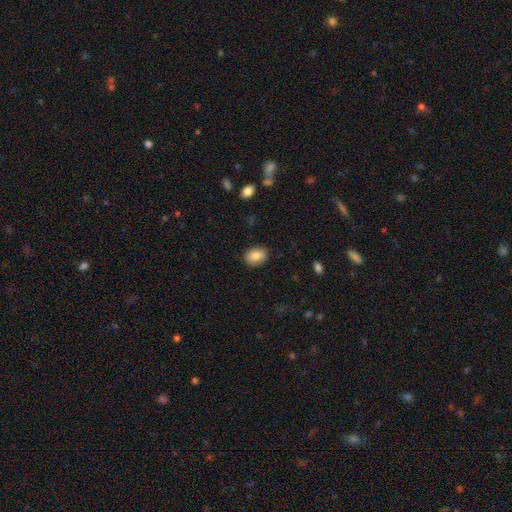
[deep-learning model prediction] The model was most divided on "how rounded": in between: 79%, round: 20%, cigar-shaped: 1%. More confident: merging — none (87%); smooth or featured — smooth (86%).